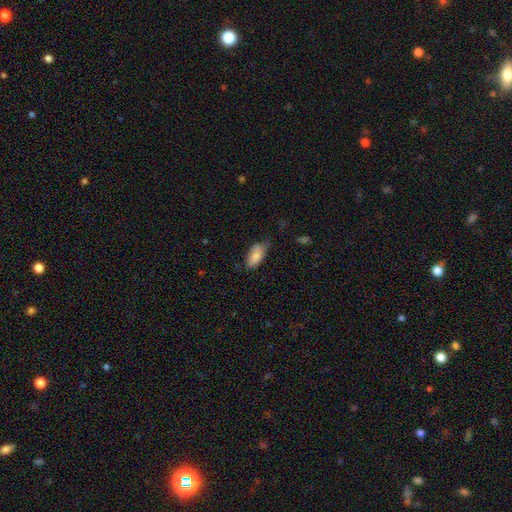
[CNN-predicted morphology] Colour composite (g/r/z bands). It shows a smooth galaxy with no disk features (78%) that is in between round and cigar-shaped (92%). Merging: none (52%).